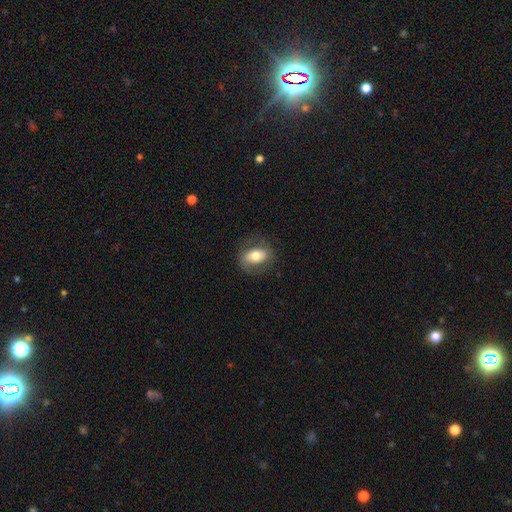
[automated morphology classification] This appears to be a smooth galaxy with no disk features (61%) that is in between round and cigar-shaped (76%). Merging: none (75%).